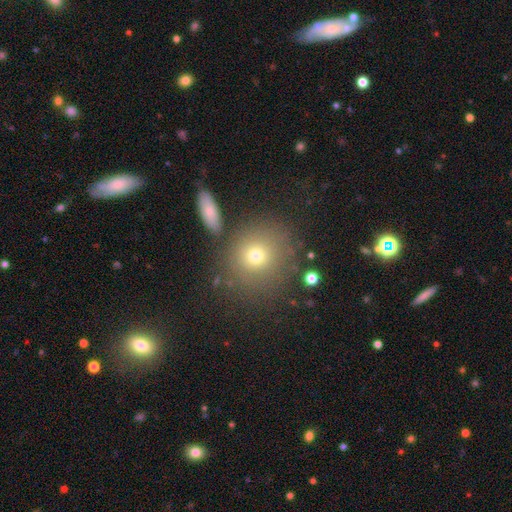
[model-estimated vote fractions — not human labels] Q: Smooth or featured?
A: smooth (71%); runner-up: star or artifact (15%)
Q: How rounded?
A: round (86%); runner-up: in between (13%)
Q: Merging?
A: none (77%); runner-up: minor disturbance (11%)